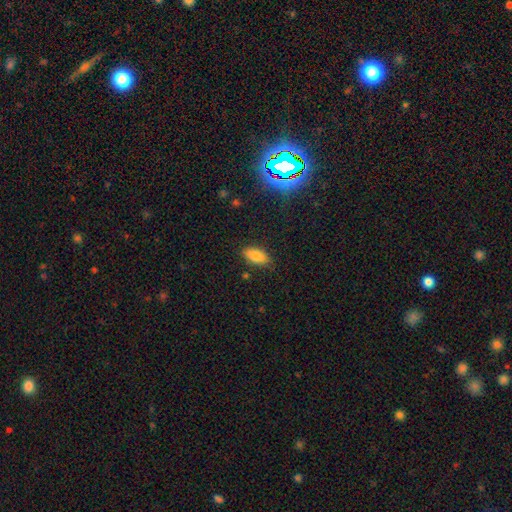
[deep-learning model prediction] smooth-or-featured: smooth: 85% | star or artifact: 8% | featured or disk: 7%
  how-rounded: in between: 88% | cigar-shaped: 10% | round: 3%
  merging: none: 83% | minor disturbance: 13% | major disturbance: 3% | merger: 2%